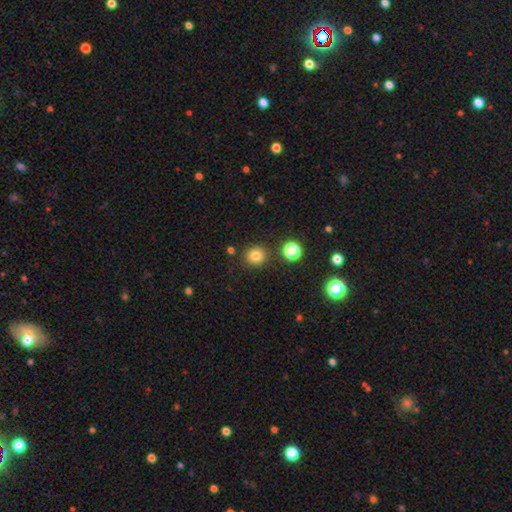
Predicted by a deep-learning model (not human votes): Morphology: type=smooth (80%); roundness=round (90%); merging=none (86%).